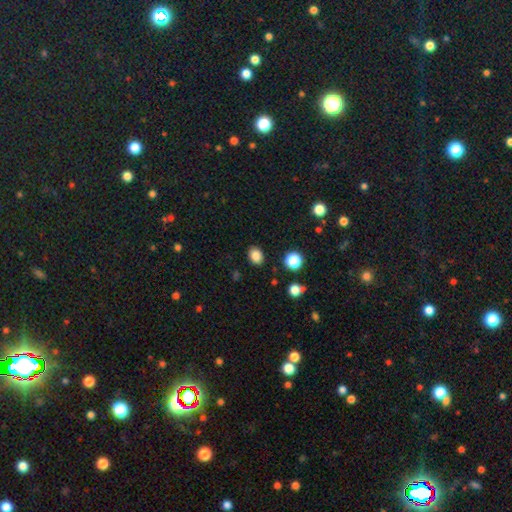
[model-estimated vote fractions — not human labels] This is clearly a smooth galaxy (84%). How rounded: possibly in between (55%). Merging: clearly none (87%).